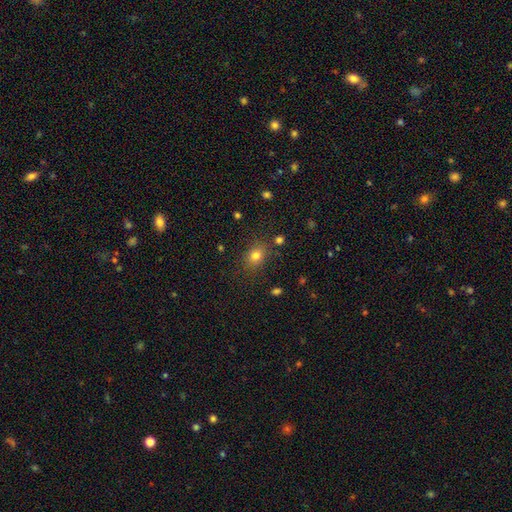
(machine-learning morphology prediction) Smooth or featured? smooth (79%)
How rounded? round (52%)
Merging? none (81%)